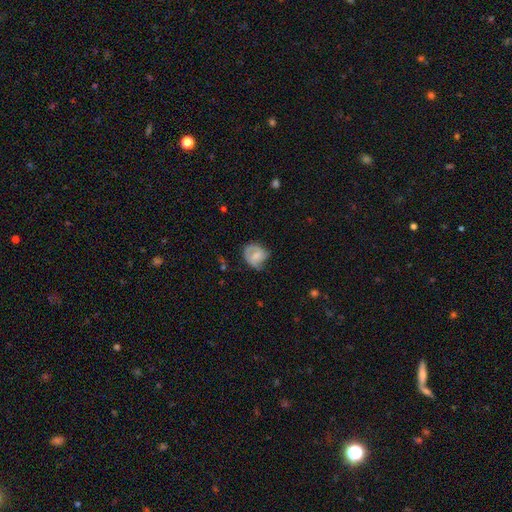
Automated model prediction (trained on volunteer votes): Overall: smooth (50%; featured or disk 43%). Merging: none (47%; minor disturbance 33%).